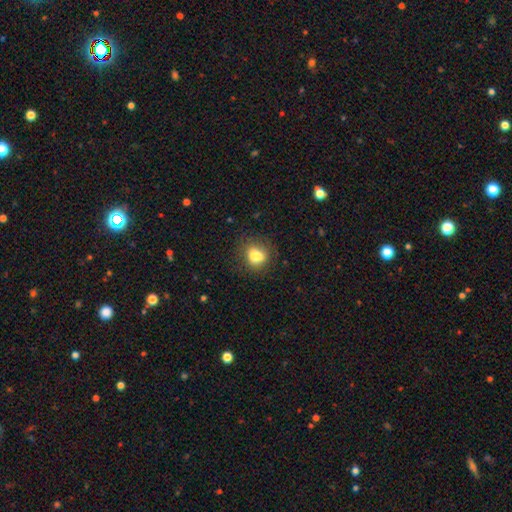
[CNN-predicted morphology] smooth_or_featured: smooth (p=0.80) [alt: star or artifact p=0.11]
how_rounded: round (p=0.52) [alt: in between p=0.46]
merging: none (p=0.74) [alt: minor disturbance p=0.17]